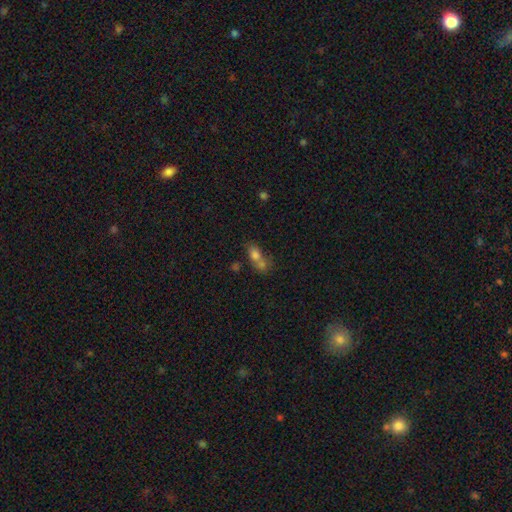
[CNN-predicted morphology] This appears to be a smooth galaxy with no disk features (69%) that is in between round and cigar-shaped (67%). Merging: merger (57%).